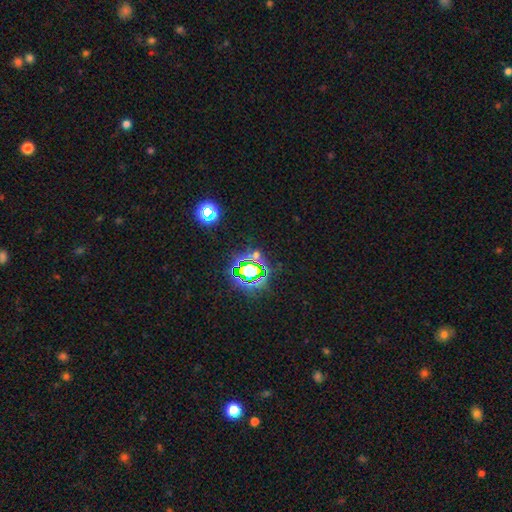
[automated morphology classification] This appears to be a star or artifact, not a galaxy (69%).